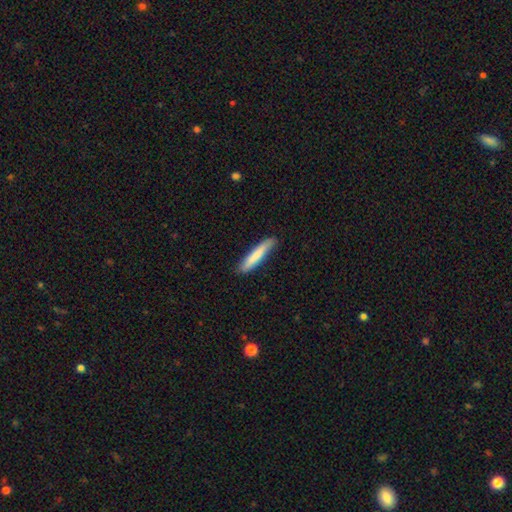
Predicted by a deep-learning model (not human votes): Smooth or featured?
  - smooth: 80% *
  - featured or disk: 15%
  - star or artifact: 5%
How rounded?
  - cigar-shaped: 91% *
  - in between: 8%
  - round: 1%
Merging?
  - none: 83% *
  - minor disturbance: 14%
  - major disturbance: 2%
  - merger: 1%